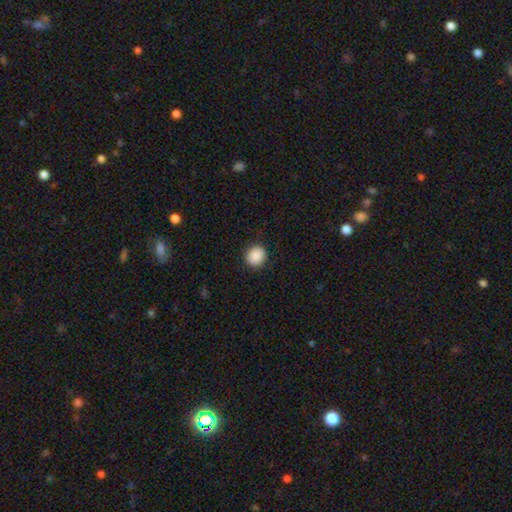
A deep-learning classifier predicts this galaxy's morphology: Smooth or featured? Predicted: smooth (p=0.90). How rounded? Predicted: round (p=0.86). Merging? Predicted: none (p=0.91).